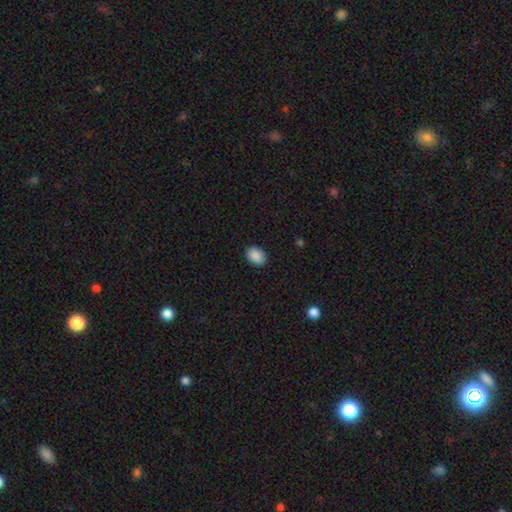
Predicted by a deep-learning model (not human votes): Overall: smooth (90%). How rounded: in between (72%). Merging: none (89%).